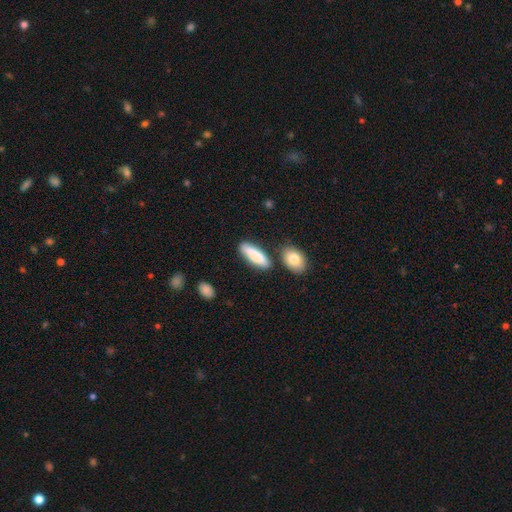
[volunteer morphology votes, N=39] This is likely a smooth galaxy (77%). How rounded: likely cigar-shaped (73%). Merging: likely none (76%).